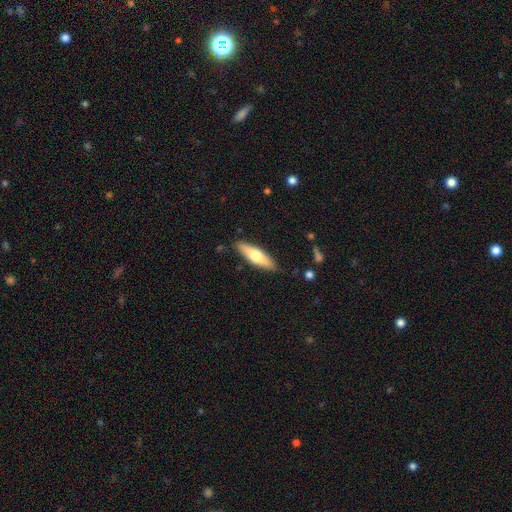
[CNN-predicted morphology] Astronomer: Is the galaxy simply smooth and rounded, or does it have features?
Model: smooth — 59% (runner-up: featured or disk, 36%).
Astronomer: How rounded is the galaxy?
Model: cigar-shaped — 56% (runner-up: in between, 42%).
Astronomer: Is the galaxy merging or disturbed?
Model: none — 86%.